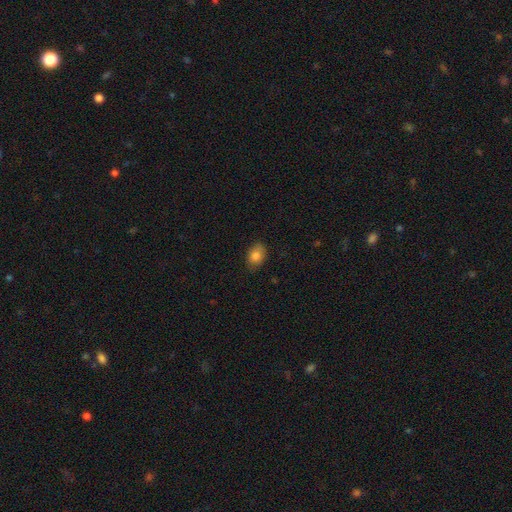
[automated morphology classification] Smooth or featured? Predicted: smooth (p=0.83). How rounded? Predicted: in between (p=0.76). Merging? Predicted: none (p=0.81).